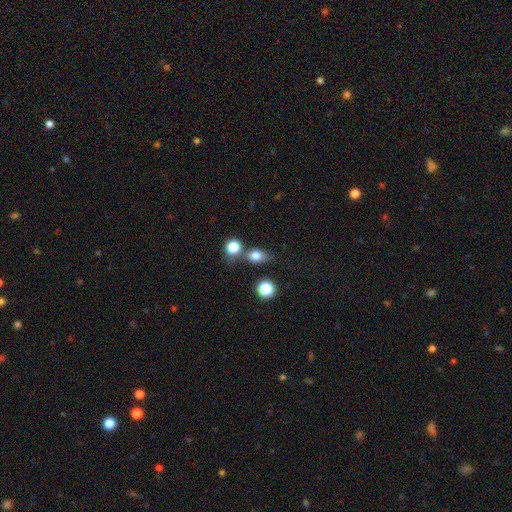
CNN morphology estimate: Smooth or featured? smooth (76%)
How rounded? round (49%)
Merging? none (58%)